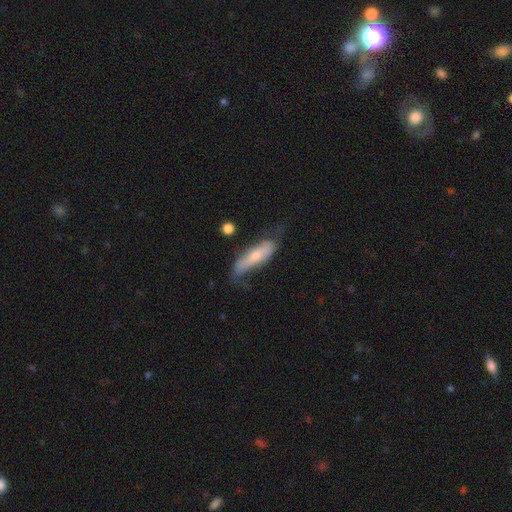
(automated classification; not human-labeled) The model was most divided on "how rounded": cigar-shaped: 55%, in between: 43%, round: 2%. Remaining: smooth or featured — smooth (55%); merging — none (44%).